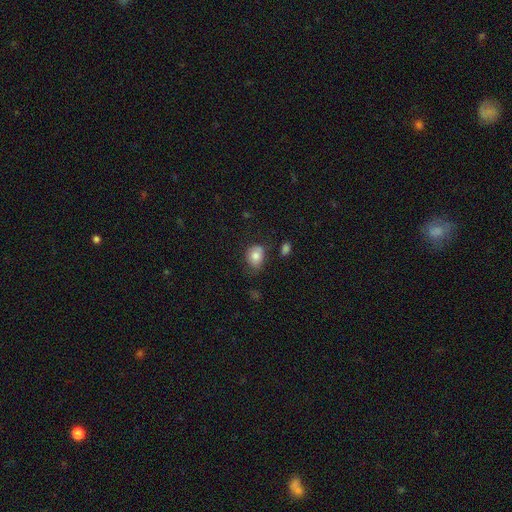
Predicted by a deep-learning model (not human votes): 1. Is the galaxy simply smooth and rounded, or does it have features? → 80% smooth, 11% featured or disk, 9% star or artifact.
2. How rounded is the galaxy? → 58% in between, 41% round, 1% cigar-shaped.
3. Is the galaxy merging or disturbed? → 57% none, 30% minor disturbance, 9% major disturbance, 4% merger.